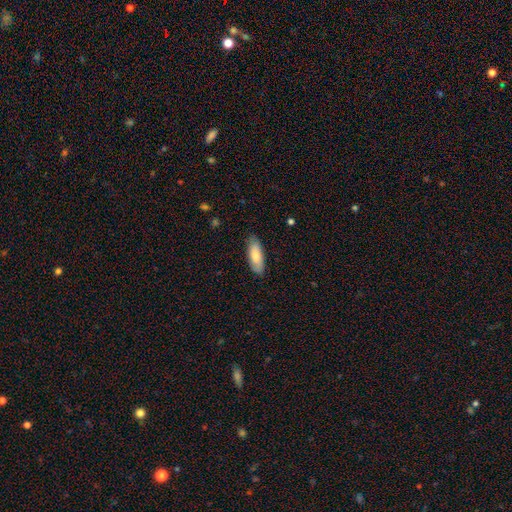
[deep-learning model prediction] This appears to be a smooth galaxy with no disk features (80%) that is in between round and cigar-shaped (68%). Merging: none (85%).